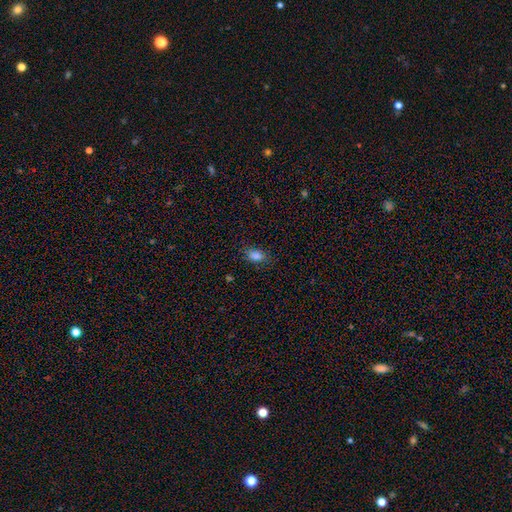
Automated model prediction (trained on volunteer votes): Morphology: type=smooth (85%); roundness=in between (88%); merging=none (81%).